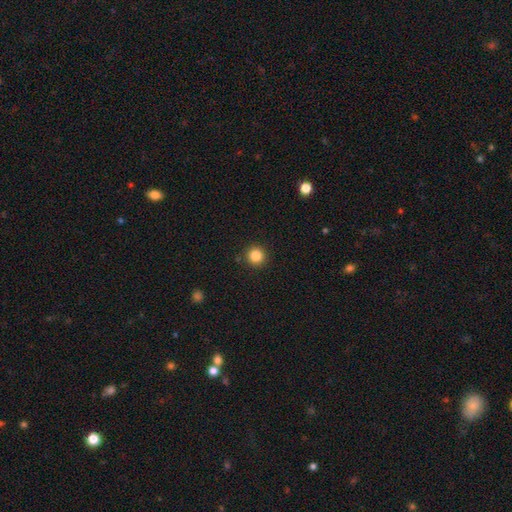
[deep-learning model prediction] smooth-or-featured: smooth: 84% | star or artifact: 11% | featured or disk: 4%
  how-rounded: round: 95% | in between: 4% | cigar-shaped: 1%
  merging: none: 91% | minor disturbance: 5% | major disturbance: 2% | merger: 1%